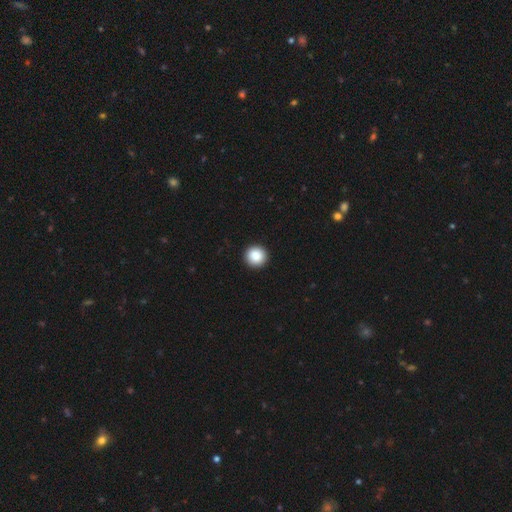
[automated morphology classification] type=smooth (89%); roundness=round (95%); merging=none (94%).